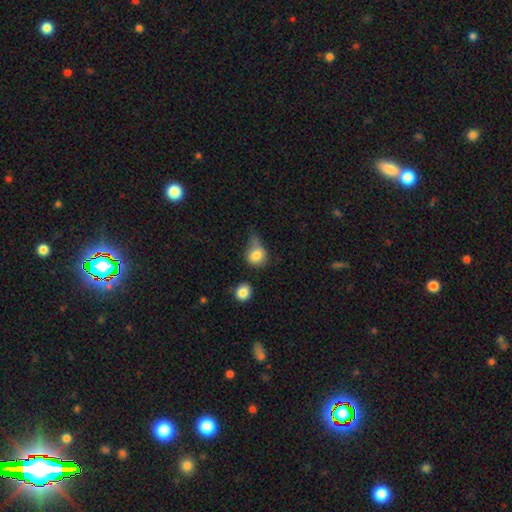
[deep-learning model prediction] This appears to be a smooth galaxy with no disk features (80%) that is round (66%). Merging: minor disturbance (35%).